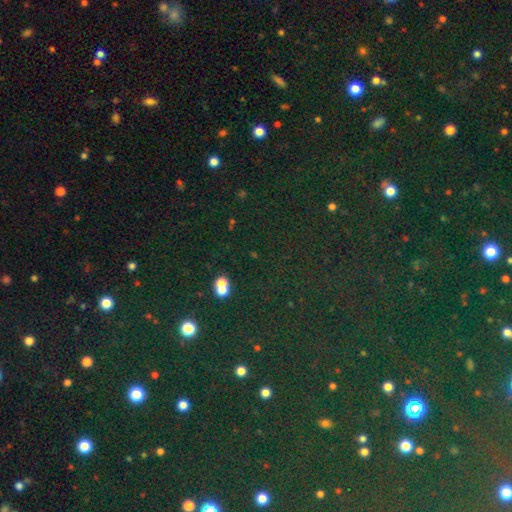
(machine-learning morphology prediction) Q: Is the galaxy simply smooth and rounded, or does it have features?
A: star or artifact — 77%.